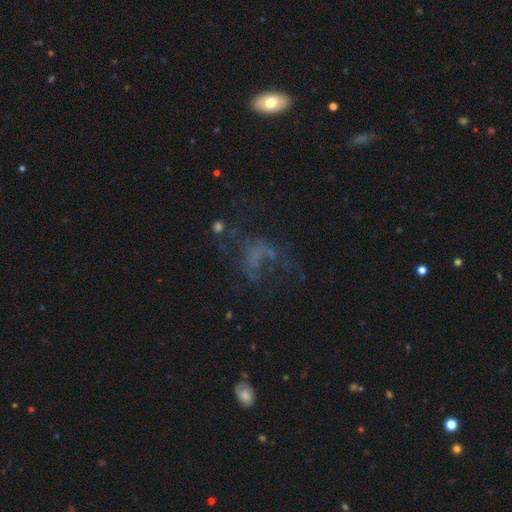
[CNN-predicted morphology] Q: Smooth or featured?
A: featured or disk (52%); runner-up: star or artifact (28%)
Q: Edge-on disk?
A: no (97%); runner-up: yes (3%)
Q: Bar?
A: no (83%); runner-up: weak (13%)
Q: Spiral arms?
A: no (71%); runner-up: yes (29%)
Q: Bulge size?
A: none (78%); runner-up: small (12%)
Q: Merging?
A: major disturbance (43%); runner-up: none (37%)